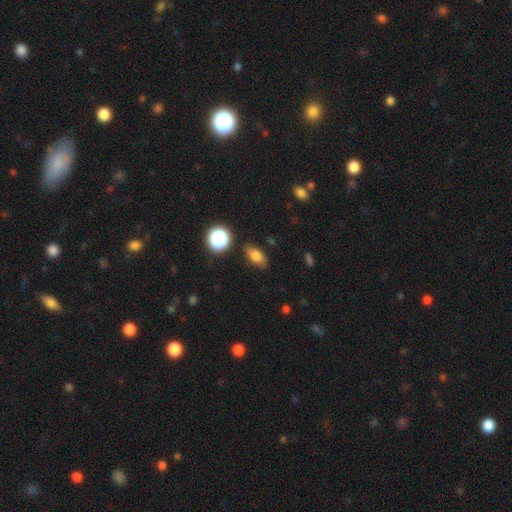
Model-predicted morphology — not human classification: type=smooth (77%); roundness=in between (81%); merging=none (84%).